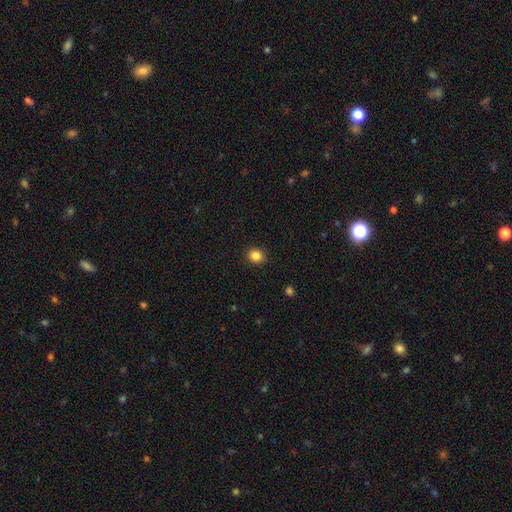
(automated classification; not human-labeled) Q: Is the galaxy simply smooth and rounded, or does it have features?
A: smooth — 86%.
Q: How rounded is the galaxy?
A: round — 79%.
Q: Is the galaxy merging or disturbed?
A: none — 91%.